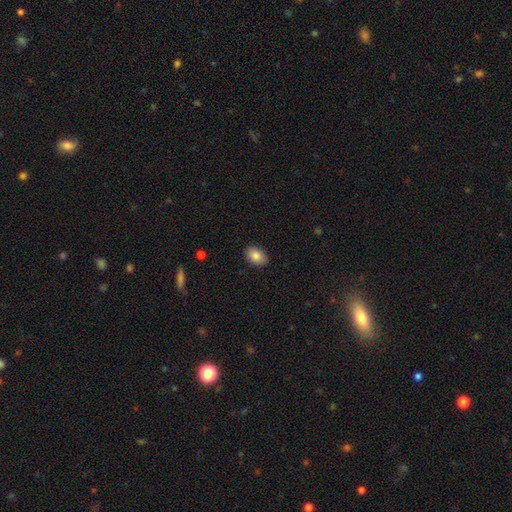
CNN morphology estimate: smooth_or_featured: smooth (p=0.85) [alt: featured or disk p=0.08]
how_rounded: in between (p=0.86) [alt: round p=0.13]
merging: none (p=0.88) [alt: minor disturbance p=0.09]